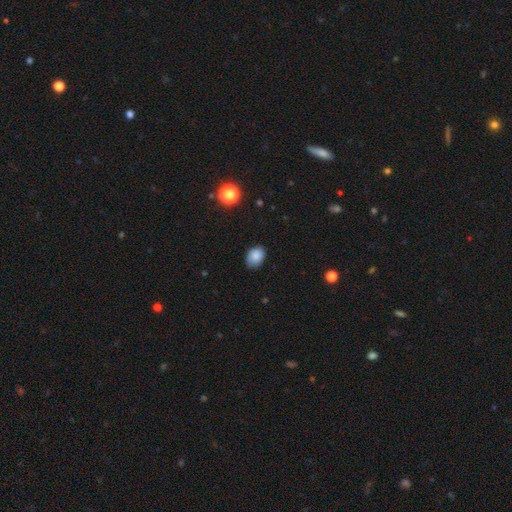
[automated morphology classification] smooth_or_featured: smooth (p=0.86) [alt: star or artifact p=0.09]
how_rounded: in between (p=0.64) [alt: round p=0.35]
merging: none (p=0.77) [alt: minor disturbance p=0.19]